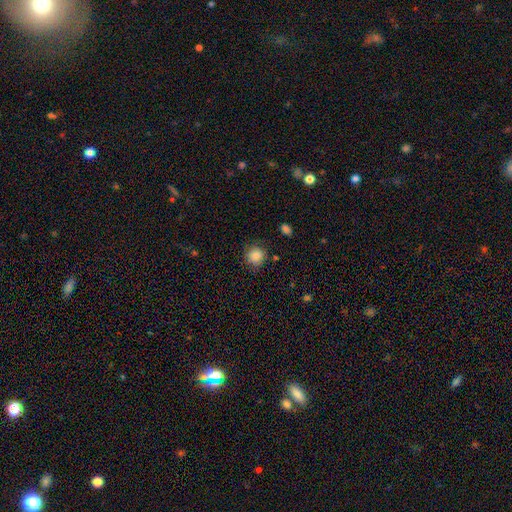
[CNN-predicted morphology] smooth_or_featured: smooth (p=0.86) [alt: star or artifact p=0.09]
how_rounded: round (p=0.88) [alt: in between p=0.11]
merging: none (p=0.81) [alt: minor disturbance p=0.14]